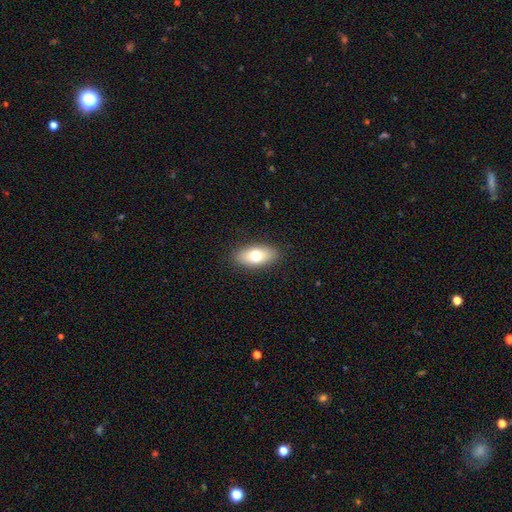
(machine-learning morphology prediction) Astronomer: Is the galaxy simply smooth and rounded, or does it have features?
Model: smooth — 72%.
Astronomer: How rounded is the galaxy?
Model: in between — 86%.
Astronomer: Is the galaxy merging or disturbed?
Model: none — 88%.